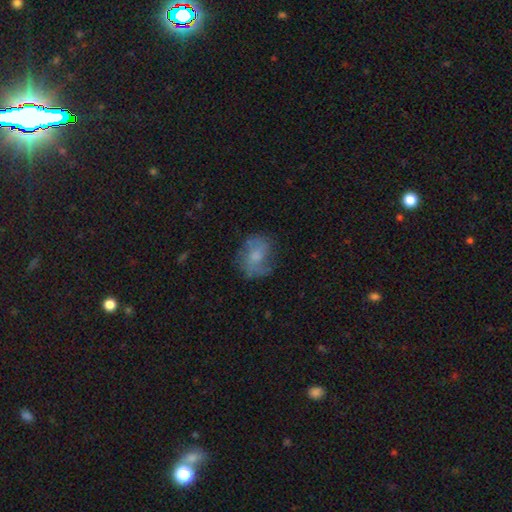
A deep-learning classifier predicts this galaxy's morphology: Smooth or featured?
  - featured or disk: 48% *
  - smooth: 42%
  - star or artifact: 10%
Merging?
  - none: 64% *
  - minor disturbance: 22%
  - major disturbance: 12%
  - merger: 2%